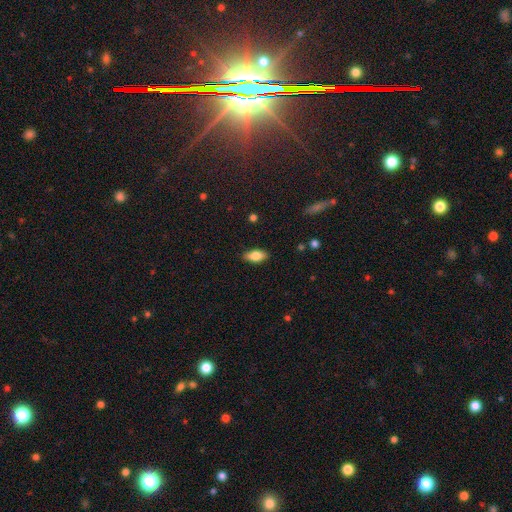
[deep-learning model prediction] The model was most divided on "smooth or featured": smooth: 76%, featured or disk: 17%, star or artifact: 7%. More confident: merging — none (88%); how rounded — in between (86%).